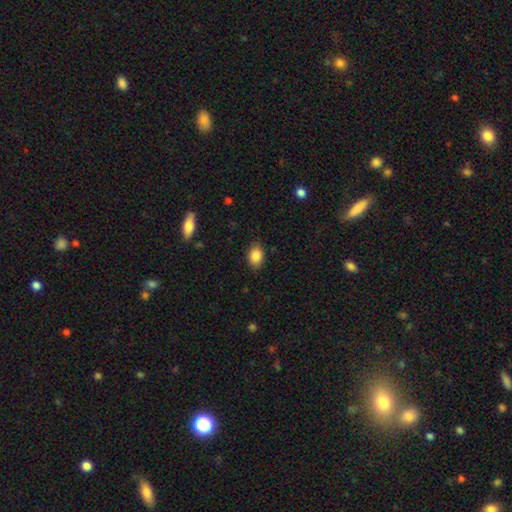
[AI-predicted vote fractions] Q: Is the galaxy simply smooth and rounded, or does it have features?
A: smooth — 86%.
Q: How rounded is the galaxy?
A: in between — 79%.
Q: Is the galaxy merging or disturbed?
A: none — 85%.